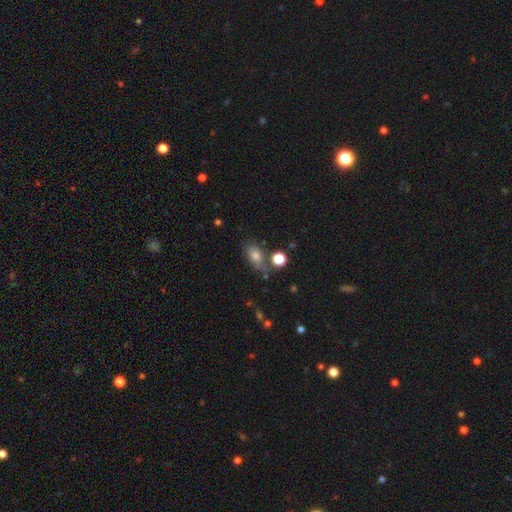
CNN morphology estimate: type=smooth (75%); roundness=in between (79%); merging=none (64%).